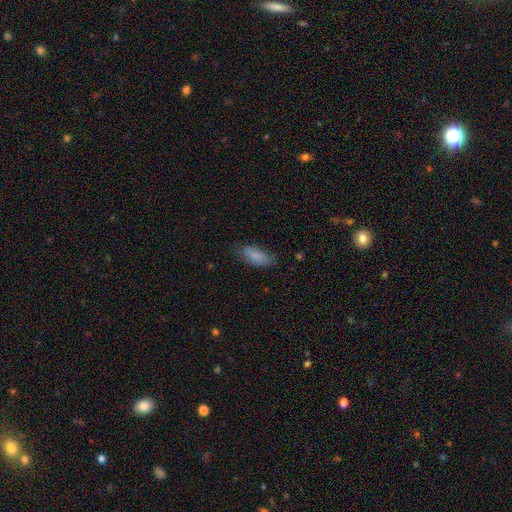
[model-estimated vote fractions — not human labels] Smooth or featured? Predicted: smooth (p=0.82). How rounded? Predicted: in between (p=0.85). Merging? Predicted: none (p=0.71).